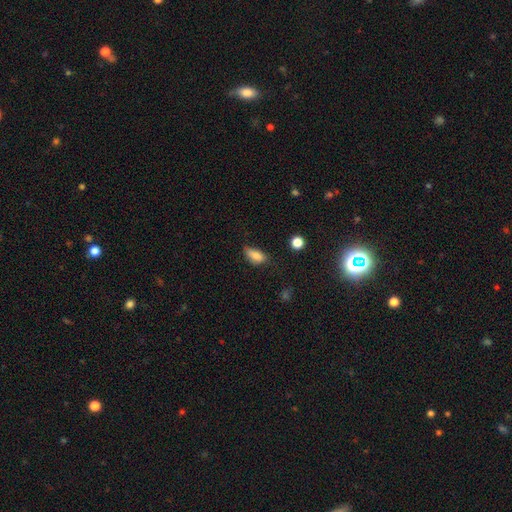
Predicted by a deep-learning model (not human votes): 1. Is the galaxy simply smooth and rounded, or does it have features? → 80% smooth, 11% featured or disk, 9% star or artifact.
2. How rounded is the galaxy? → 86% in between, 8% cigar-shaped, 5% round.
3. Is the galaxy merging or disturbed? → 49% none, 37% minor disturbance, 12% major disturbance, 3% merger.